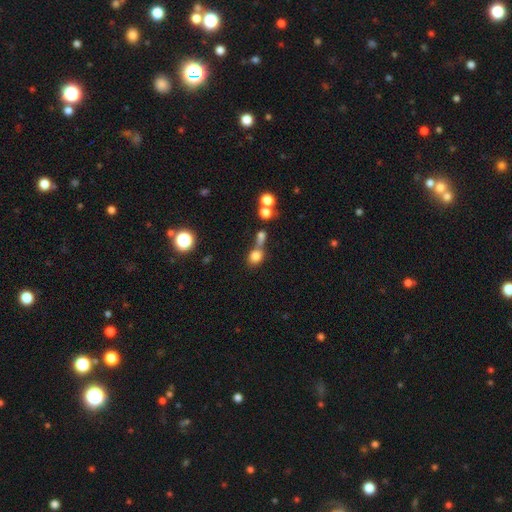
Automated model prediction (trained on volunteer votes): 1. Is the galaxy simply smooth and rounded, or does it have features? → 78% smooth, 14% star or artifact, 9% featured or disk.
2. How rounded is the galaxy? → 63% round, 35% in between, 2% cigar-shaped.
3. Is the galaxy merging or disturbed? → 44% none, 39% merger, 11% minor disturbance, 6% major disturbance.